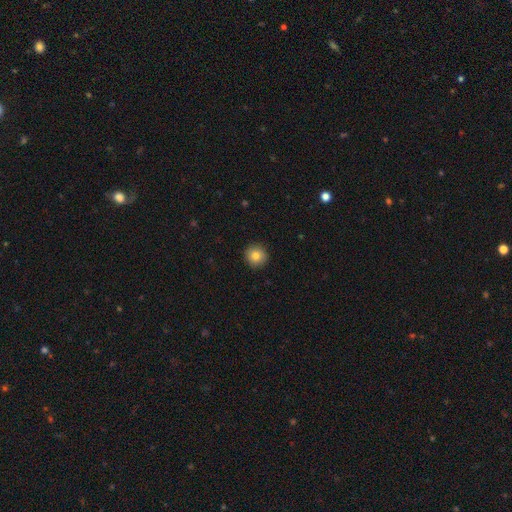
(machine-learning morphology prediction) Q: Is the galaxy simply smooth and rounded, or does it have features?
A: smooth — 83%.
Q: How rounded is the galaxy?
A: round — 95%.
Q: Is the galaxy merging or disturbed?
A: none — 92%.